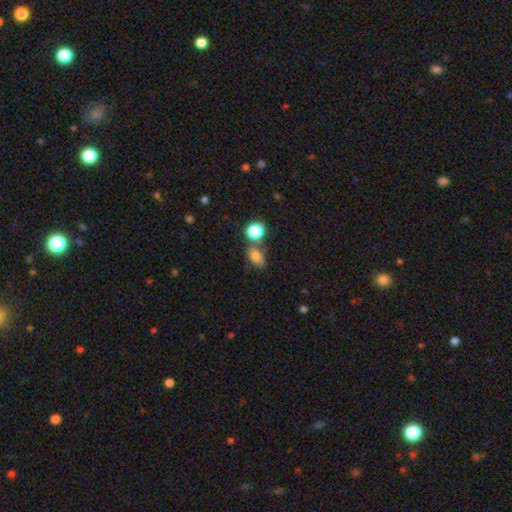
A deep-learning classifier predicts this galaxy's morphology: Smooth or featured? Predicted: smooth (p=0.77). How rounded? Predicted: in between (p=0.75). Merging? Predicted: none (p=0.58).